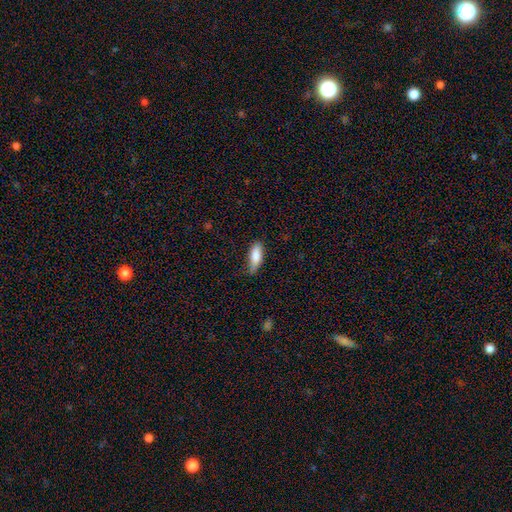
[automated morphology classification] smooth-or-featured: smooth: 82% | featured or disk: 11% | star or artifact: 6%
  how-rounded: in between: 67% | cigar-shaped: 31% | round: 2%
  merging: none: 63% | minor disturbance: 29% | major disturbance: 6% | merger: 2%